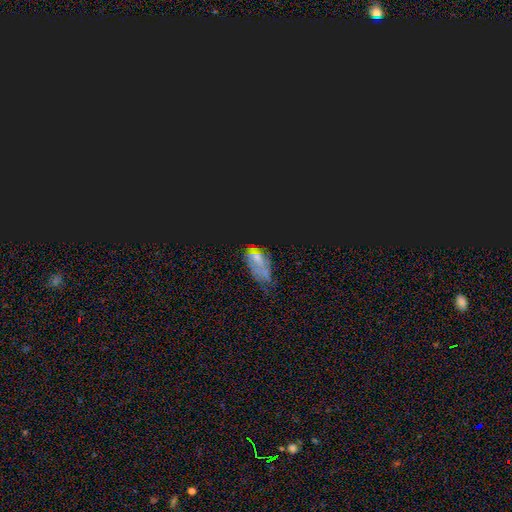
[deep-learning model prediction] Smooth or featured?
  - star or artifact: 55% *
  - smooth: 24%
  - featured or disk: 21%